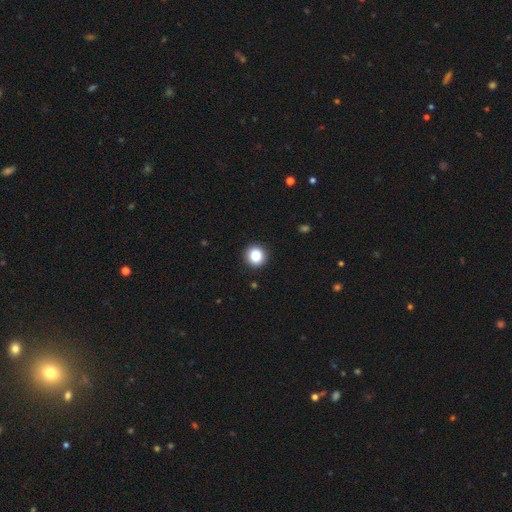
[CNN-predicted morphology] Q: Smooth or featured?
A: smooth (87%); runner-up: star or artifact (9%)
Q: How rounded?
A: round (92%); runner-up: in between (7%)
Q: Merging?
A: none (92%); runner-up: minor disturbance (5%)